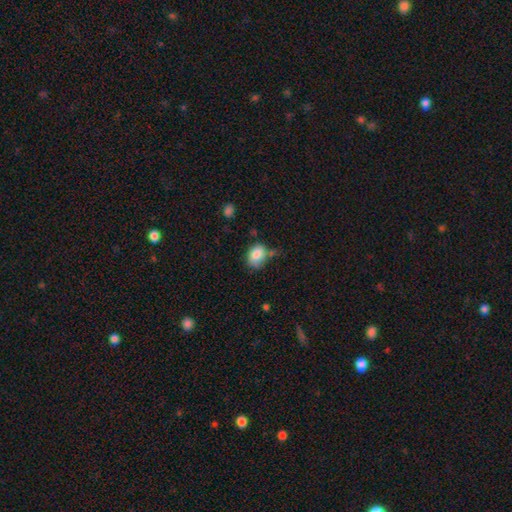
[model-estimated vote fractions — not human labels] Smooth or featured?
  - smooth: 84% *
  - star or artifact: 8%
  - featured or disk: 7%
How rounded?
  - in between: 62% *
  - round: 37%
  - cigar-shaped: 1%
Merging?
  - none: 55% *
  - minor disturbance: 29%
  - merger: 8%
  - major disturbance: 8%